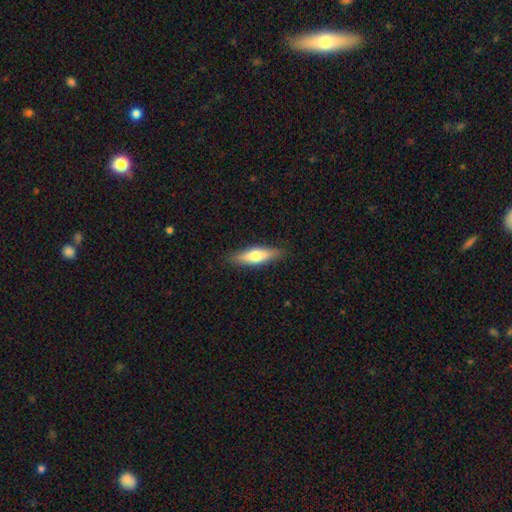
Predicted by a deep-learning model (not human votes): The model was most divided on "how rounded": cigar-shaped: 56%, in between: 42%, round: 2%. More confident: merging — none (88%); smooth or featured — smooth (60%).